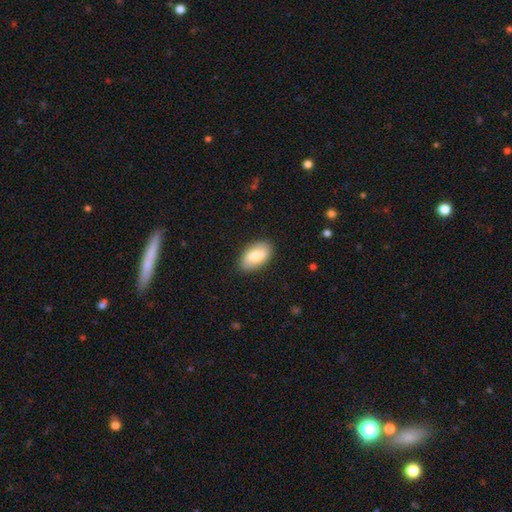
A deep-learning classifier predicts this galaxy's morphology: Q: Smooth or featured?
A: smooth (76%); runner-up: featured or disk (18%)
Q: How rounded?
A: in between (94%); runner-up: round (4%)
Q: Merging?
A: none (86%); runner-up: minor disturbance (11%)